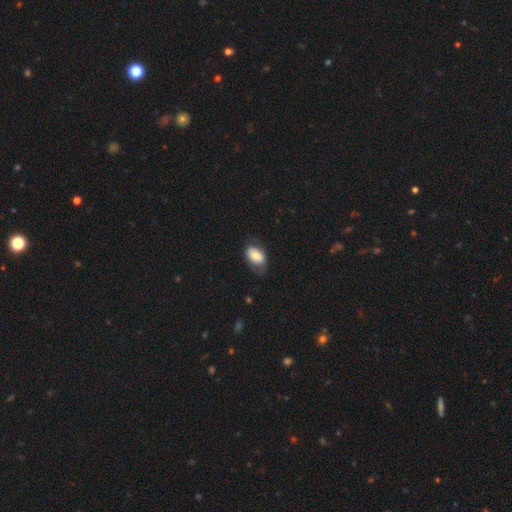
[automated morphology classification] Smooth or featured: smooth — 75% (featured or disk — 18%)
How rounded: in between — 87% (round — 11%)
Merging: none — 57% (minor disturbance — 29%)